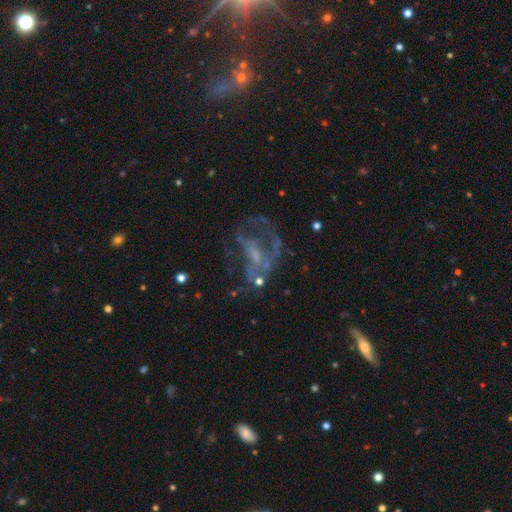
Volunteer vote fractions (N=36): smooth_or_featured: featured or disk (p=0.89) [alt: smooth p=0.11]
disk_edge_on: no (p=0.94) [alt: yes p=0.06]
bar: no (p=0.50) [alt: weak p=0.37]
has_spiral_arms: yes (p=0.50) [tied with: no p=0.50]
spiral_winding: medium (p=0.47) [alt: loose p=0.33]
spiral_arm_count: can't tell (p=0.67) [alt: 1 p=0.20]
bulge_size: small (p=0.47) [alt: none p=0.37]
merging: major disturbance (p=0.58) [alt: none p=0.25]